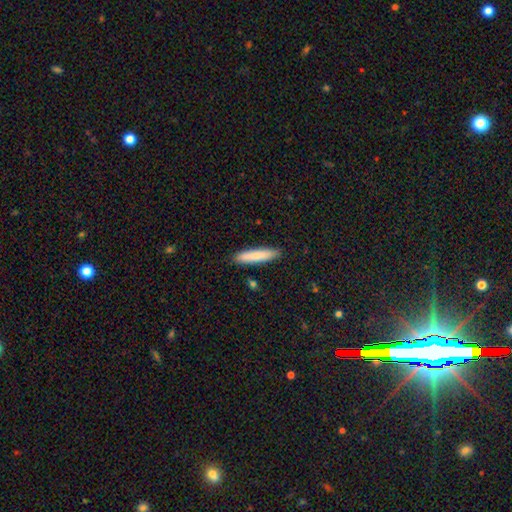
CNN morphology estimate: The model was most divided on "how rounded": cigar-shaped: 85%, in between: 14%, round: 1%. More confident: merging — none (89%); smooth or featured — smooth (83%).